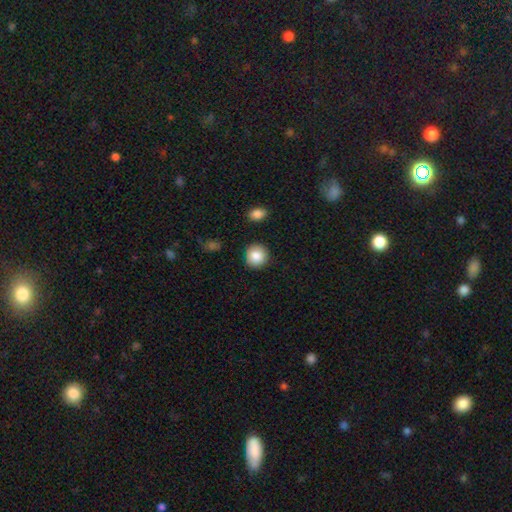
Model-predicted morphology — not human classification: Smooth or featured: smooth — 87% (star or artifact — 8%)
How rounded: round — 91% (in between — 8%)
Merging: none — 89% (minor disturbance — 7%)